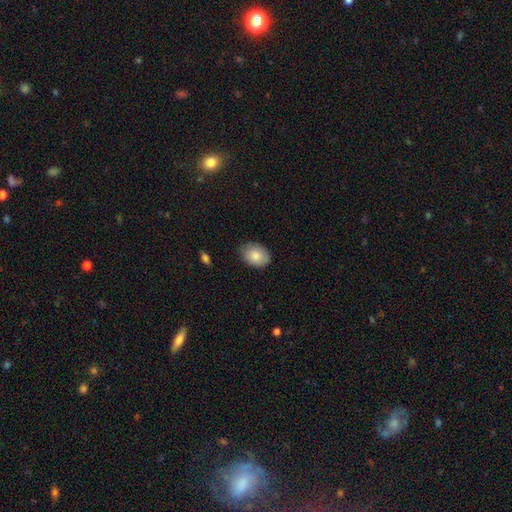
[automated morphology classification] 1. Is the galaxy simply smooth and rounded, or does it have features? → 85% smooth, 9% featured or disk, 7% star or artifact.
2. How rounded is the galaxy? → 77% in between, 22% round, 1% cigar-shaped.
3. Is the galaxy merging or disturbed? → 81% none, 16% minor disturbance, 3% major disturbance, 1% merger.